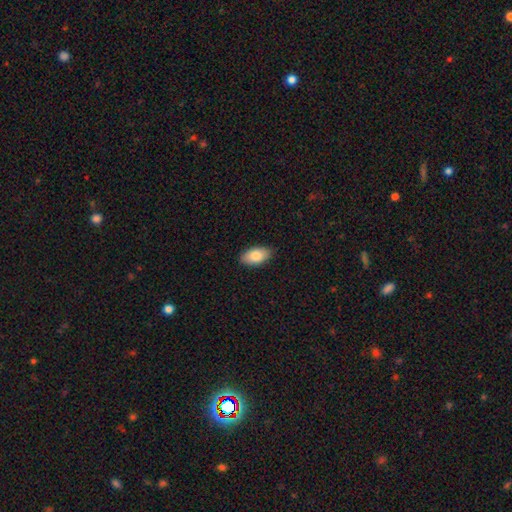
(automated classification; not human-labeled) smooth 85%, featured or disk 9%, star or artifact 6%. Down the decision tree: how rounded — in between (94%); merging — none (88%).